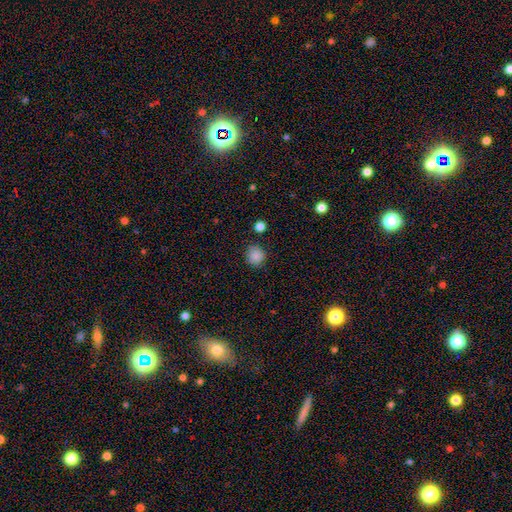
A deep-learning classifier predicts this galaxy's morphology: Q: Smooth or featured?
A: smooth (85%); runner-up: star or artifact (11%)
Q: How rounded?
A: round (90%); runner-up: in between (9%)
Q: Merging?
A: none (82%); runner-up: minor disturbance (12%)